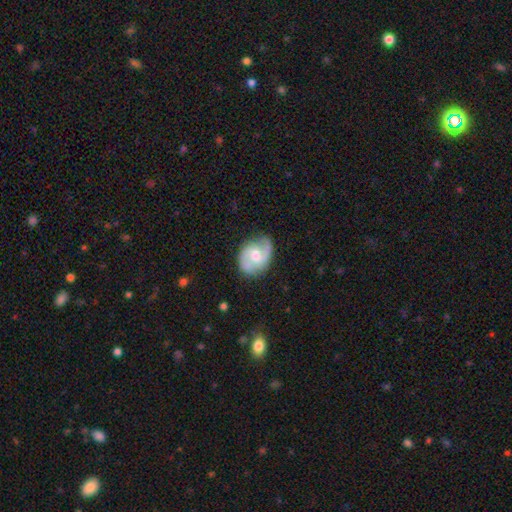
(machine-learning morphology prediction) This appears to be a featured or disk galaxy (81%) with a weak bar (48%), 2 (85%) medium (54%) spiral arms (96%) and a moderate central bulge (58%). Merging: none (73%).